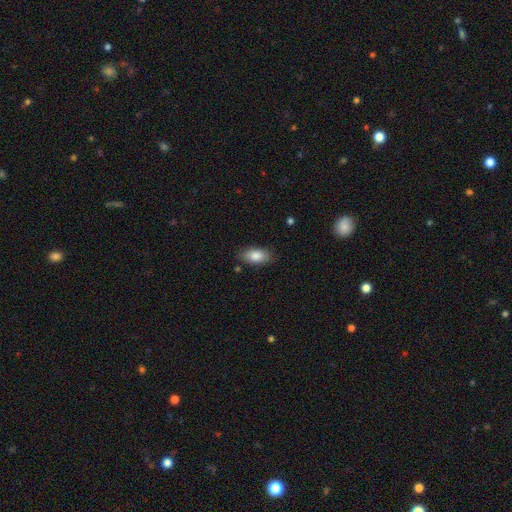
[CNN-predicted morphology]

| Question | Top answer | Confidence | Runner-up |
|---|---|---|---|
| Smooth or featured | smooth | 83% | featured or disk (10%) |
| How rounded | in between | 90% | cigar-shaped (6%) |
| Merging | none | 83% | minor disturbance (13%) |